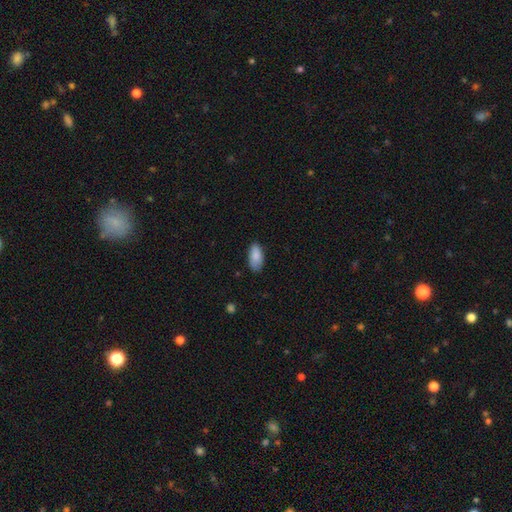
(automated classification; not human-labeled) smooth 86%, featured or disk 8%, star or artifact 6%. Down the decision tree: how rounded — in between (92%); merging — none (79%).